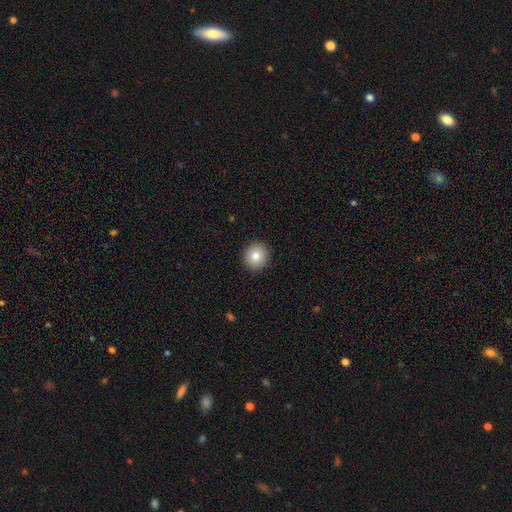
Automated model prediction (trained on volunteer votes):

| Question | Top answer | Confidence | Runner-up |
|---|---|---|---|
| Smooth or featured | smooth | 82% | star or artifact (10%) |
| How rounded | round | 90% | in between (10%) |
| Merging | none | 92% | minor disturbance (5%) |